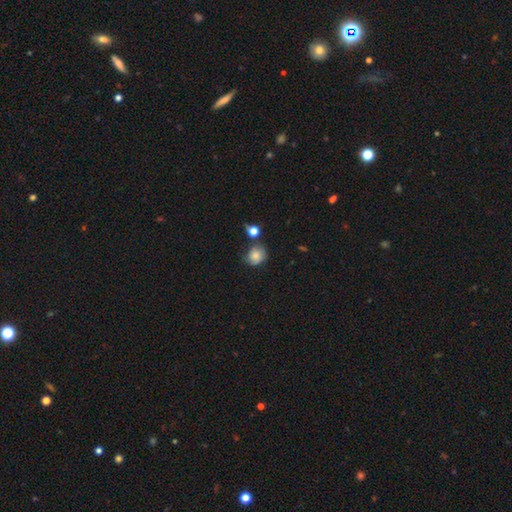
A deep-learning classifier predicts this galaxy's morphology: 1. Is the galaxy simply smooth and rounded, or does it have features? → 76% smooth, 13% featured or disk, 10% star or artifact.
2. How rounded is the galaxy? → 77% round, 22% in between, 1% cigar-shaped.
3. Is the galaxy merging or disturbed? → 59% none, 25% minor disturbance, 9% merger, 7% major disturbance.